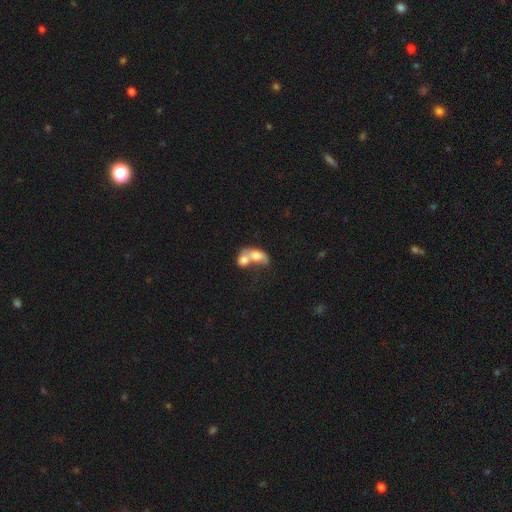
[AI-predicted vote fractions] A smooth galaxy with no disk features (65%) that is in between round and cigar-shaped (75%). Merging: merger (80%).